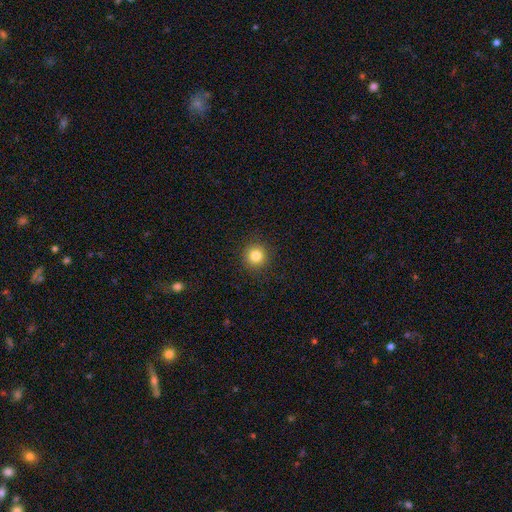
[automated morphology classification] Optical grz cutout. It shows a smooth galaxy with no disk features (84%) that is round (94%). Merging: none (91%).